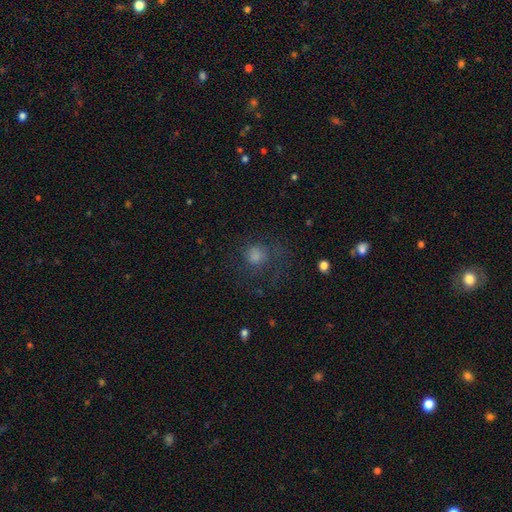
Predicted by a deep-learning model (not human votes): Smooth or featured?
  - smooth: 56% *
  - star or artifact: 23%
  - featured or disk: 22%
How rounded?
  - round: 84% *
  - in between: 15%
  - cigar-shaped: 1%
Merging?
  - none: 58% *
  - major disturbance: 23%
  - minor disturbance: 17%
  - merger: 2%